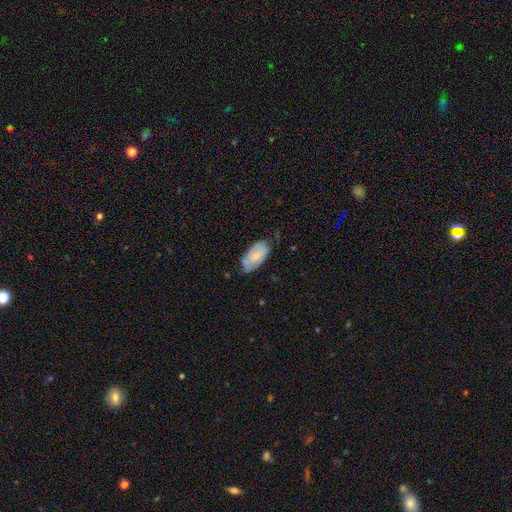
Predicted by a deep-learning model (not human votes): Smooth or featured? smooth (65%)
How rounded? in between (94%)
Merging? none (61%)